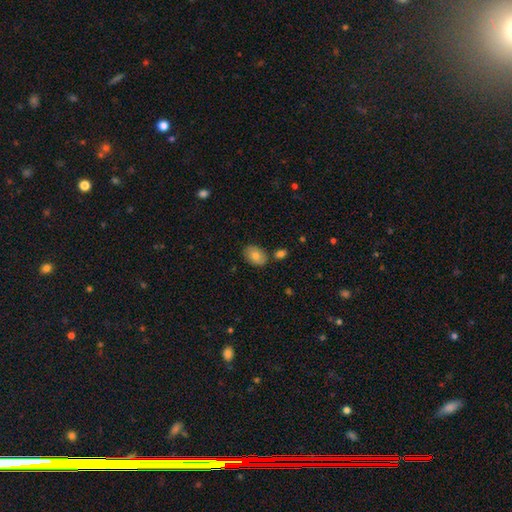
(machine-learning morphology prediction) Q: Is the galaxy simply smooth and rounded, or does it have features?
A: smooth — 79%.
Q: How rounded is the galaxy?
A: in between — 81%.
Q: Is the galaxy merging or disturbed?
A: none — 78%.